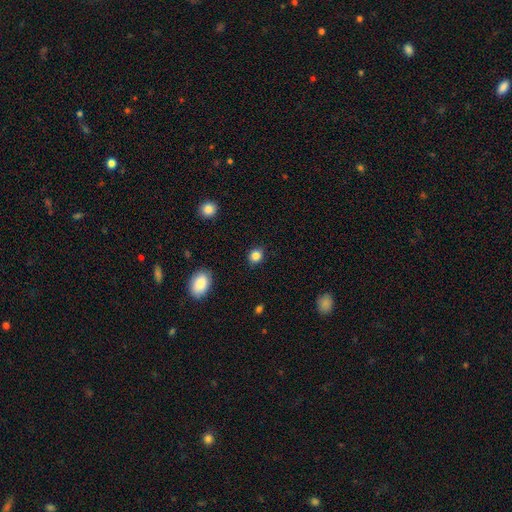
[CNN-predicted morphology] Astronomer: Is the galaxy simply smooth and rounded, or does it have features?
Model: smooth — 85%.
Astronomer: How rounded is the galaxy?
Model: round — 73%.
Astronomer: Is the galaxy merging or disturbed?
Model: none — 88%.